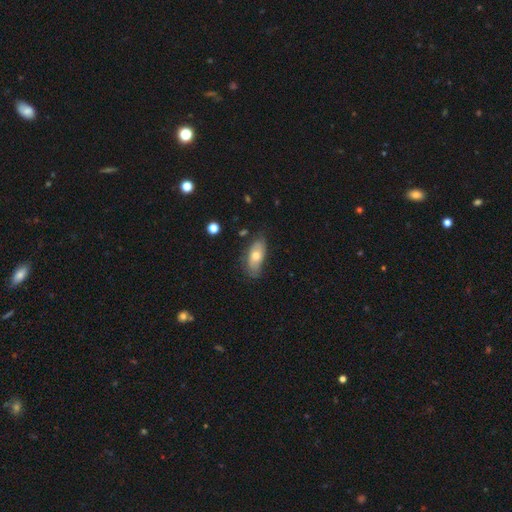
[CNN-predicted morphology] A smooth galaxy with no disk features (62%) that is in between round and cigar-shaped (84%).

Vote fractions:
- Smooth or featured? smooth: 62% / featured or disk: 31% / star or artifact: 7%
- How rounded? in between: 84% / cigar-shaped: 12% / round: 3%
- Merging? none: 70% / minor disturbance: 23% / major disturbance: 5% / merger: 2%